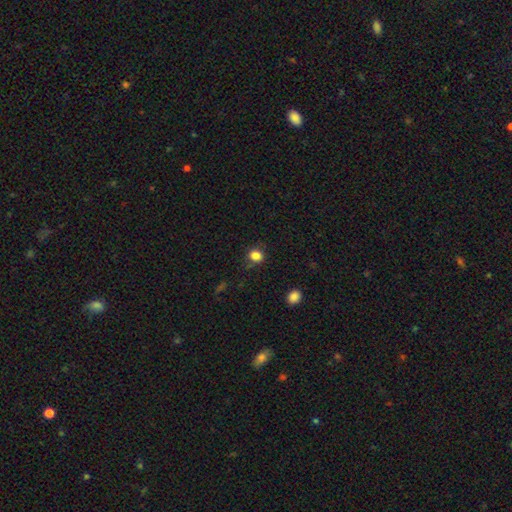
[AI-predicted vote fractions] Q: Smooth or featured?
A: smooth (84%); runner-up: star or artifact (12%)
Q: How rounded?
A: round (74%); runner-up: in between (25%)
Q: Merging?
A: none (78%); runner-up: minor disturbance (15%)